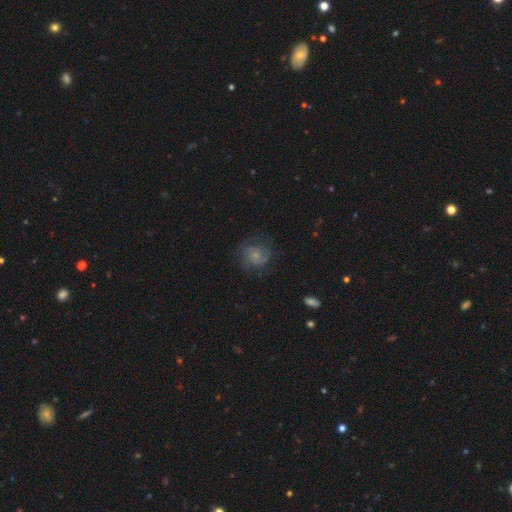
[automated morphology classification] This is possibly a featured or disk galaxy (58%). It is clearly not viewed edge-on (98%). Bar: likely no (76%). Spiral arm pattern: clearly yes (84%). Central bulge: likely small (62%). Merging: likely none (66%).